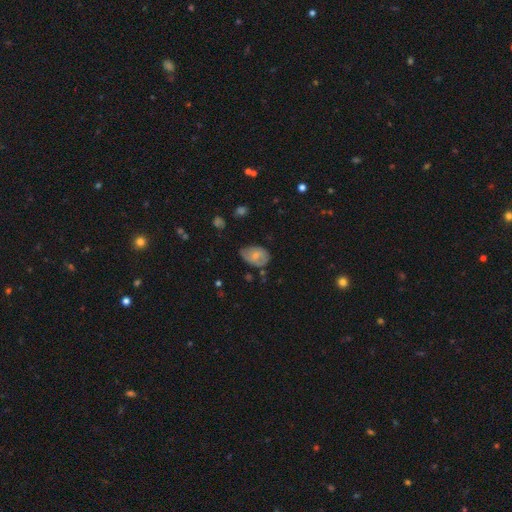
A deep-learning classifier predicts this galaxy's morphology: This appears to be a smooth galaxy with no disk features (60%) that is in between round and cigar-shaped (83%). Merging: none (48%).